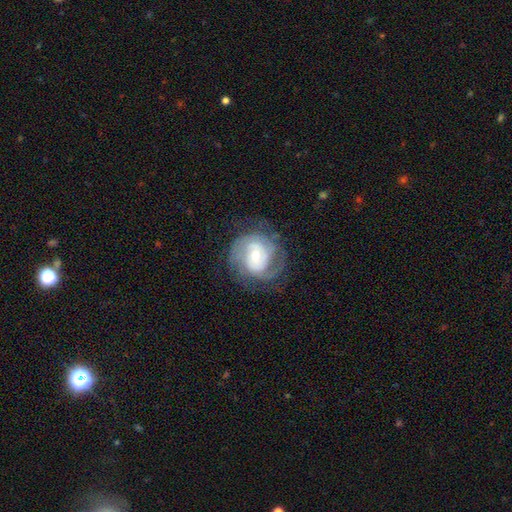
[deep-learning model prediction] smooth_or_featured: featured or disk (p=0.79) [alt: smooth p=0.12]
disk_edge_on: no (p=0.97) [alt: yes p=0.03]
bar: weak (p=0.40) [tied with: no p=0.40]
has_spiral_arms: yes (p=0.94) [alt: no p=0.06]
spiral_winding: tight (p=0.61) [alt: medium p=0.31]
spiral_arm_count: 2 (p=0.38) [alt: can't tell p=0.26]
bulge_size: moderate (p=0.45) [tied with: small p=0.45]
merging: none (p=0.77) [alt: minor disturbance p=0.14]